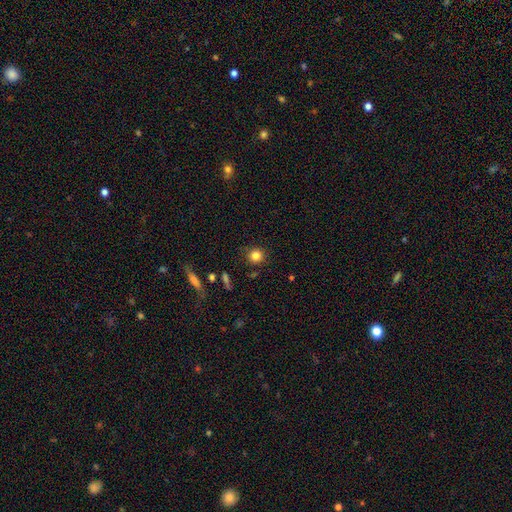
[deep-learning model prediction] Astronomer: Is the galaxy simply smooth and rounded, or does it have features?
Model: smooth — 82%.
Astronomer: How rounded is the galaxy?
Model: round — 91%.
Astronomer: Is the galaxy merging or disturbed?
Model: none — 87%.